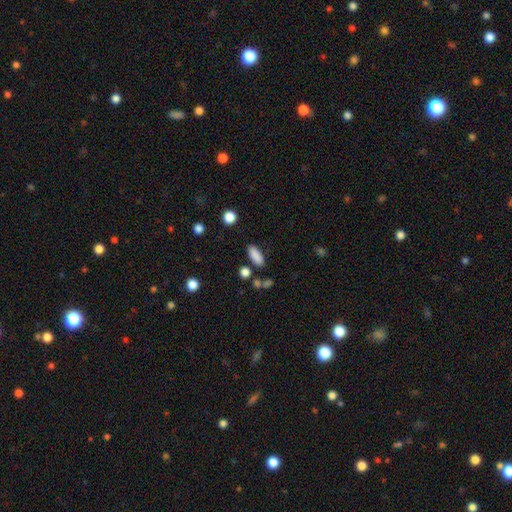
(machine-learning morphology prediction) A smooth galaxy with no disk features (87%) that is in between round and cigar-shaped (79%). Merging: none (81%).